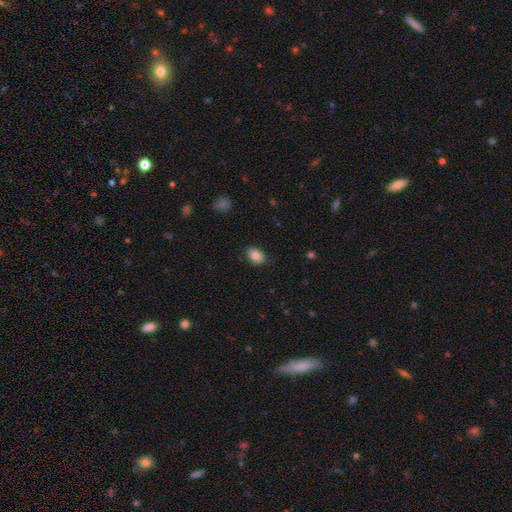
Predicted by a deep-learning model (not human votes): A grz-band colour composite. It shows a smooth galaxy with no disk features (86%) that is in between round and cigar-shaped (83%). Merging: none (84%).